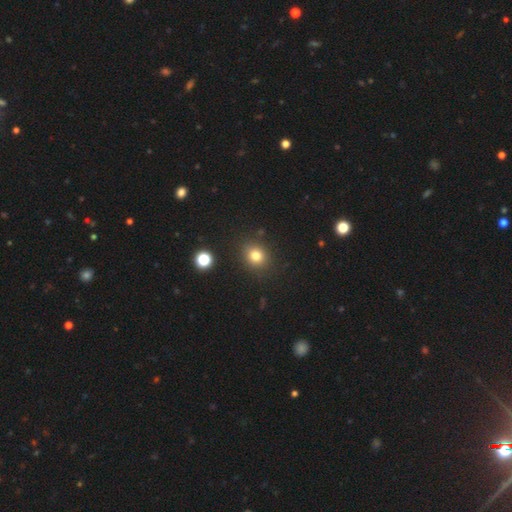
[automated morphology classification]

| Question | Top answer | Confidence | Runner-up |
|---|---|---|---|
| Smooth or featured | smooth | 79% | star or artifact (14%) |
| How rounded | round | 74% | in between (25%) |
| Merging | none | 87% | minor disturbance (8%) |